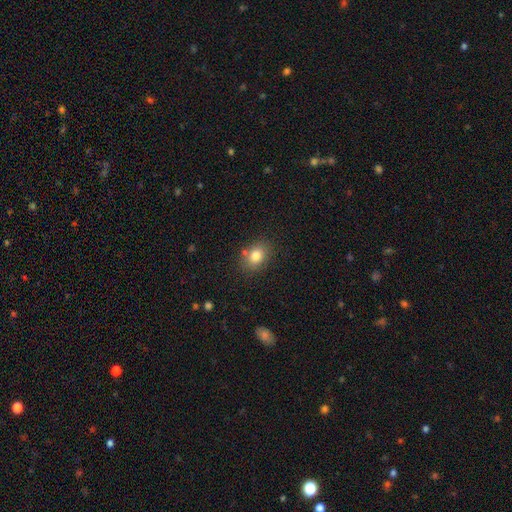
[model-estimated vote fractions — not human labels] A smooth galaxy with no disk features (82%) that is in between round and cigar-shaped (63%). Merging: none (77%).